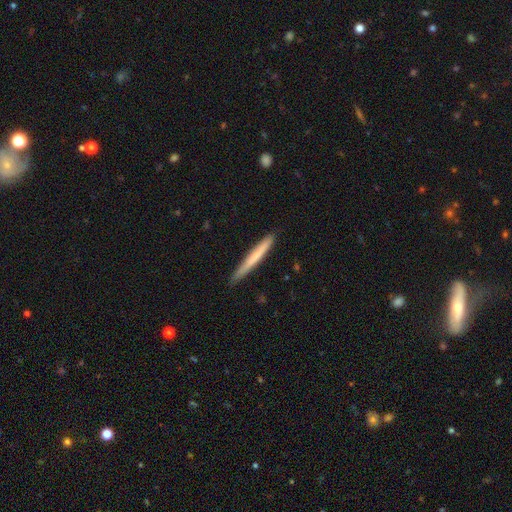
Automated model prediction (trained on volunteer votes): A smooth galaxy with no disk features (66%) that is cigar-shaped (97%). Merging: none (87%).